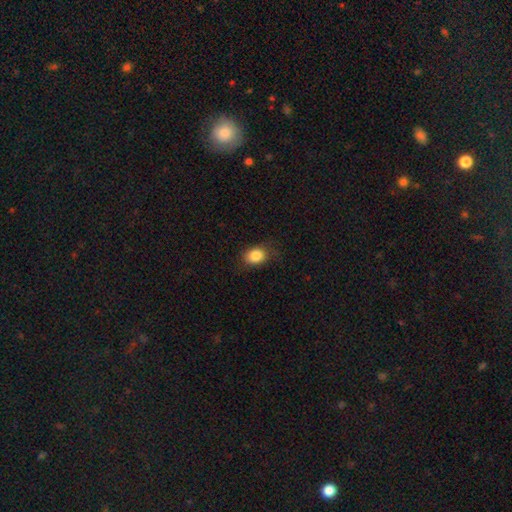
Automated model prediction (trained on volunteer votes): This is clearly a smooth galaxy (86%). How rounded: likely in between (65%). Merging: likely none (77%).